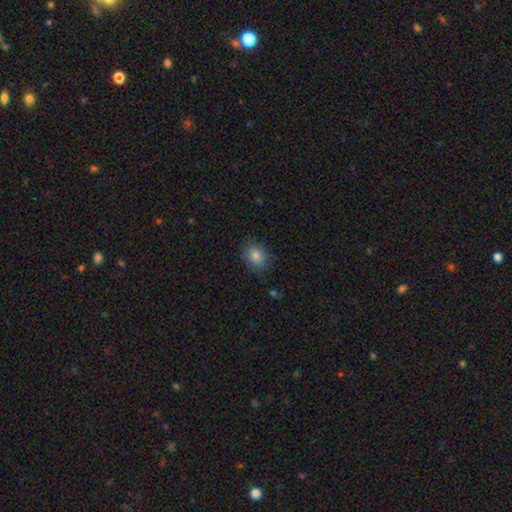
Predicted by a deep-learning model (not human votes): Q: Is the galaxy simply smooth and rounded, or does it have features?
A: smooth — 83%.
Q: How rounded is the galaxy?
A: round — 55%.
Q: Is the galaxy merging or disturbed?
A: none — 83%.